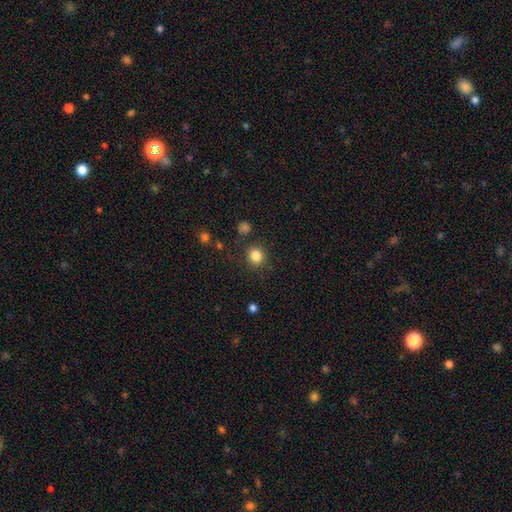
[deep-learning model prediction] Smooth or featured? smooth (84%)
How rounded? round (88%)
Merging? none (86%)